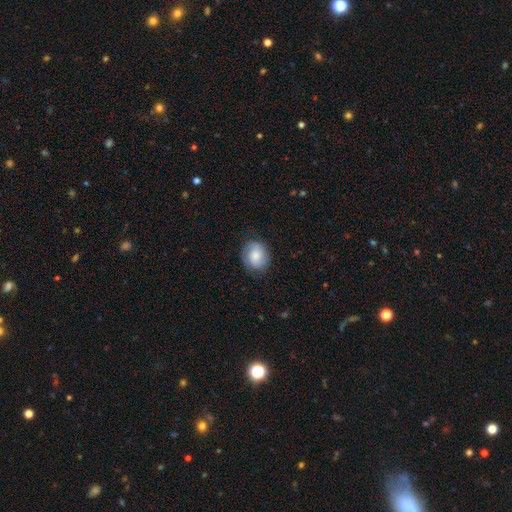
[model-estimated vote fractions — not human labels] Smooth or featured: smooth — 60% (featured or disk — 32%)
How rounded: round — 64% (in between — 35%)
Merging: none — 78% (minor disturbance — 16%)